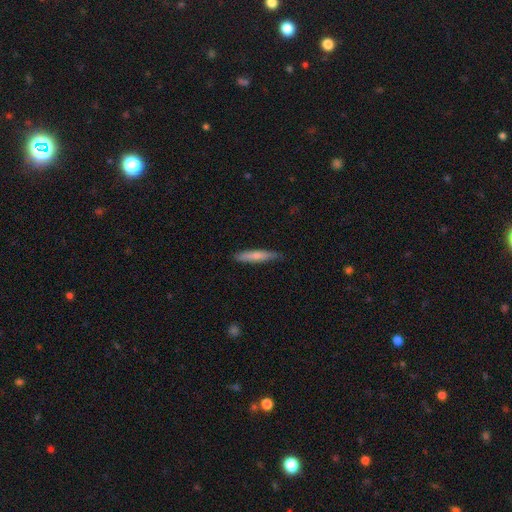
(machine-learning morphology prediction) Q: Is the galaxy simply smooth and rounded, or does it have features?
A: smooth — 70%.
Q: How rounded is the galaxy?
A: cigar-shaped — 90%.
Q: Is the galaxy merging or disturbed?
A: none — 82%.